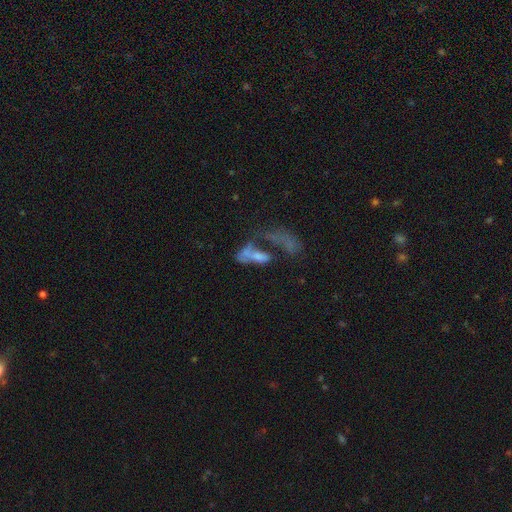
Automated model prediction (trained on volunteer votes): Smooth or featured? smooth (49%)
Merging? merger (46%)